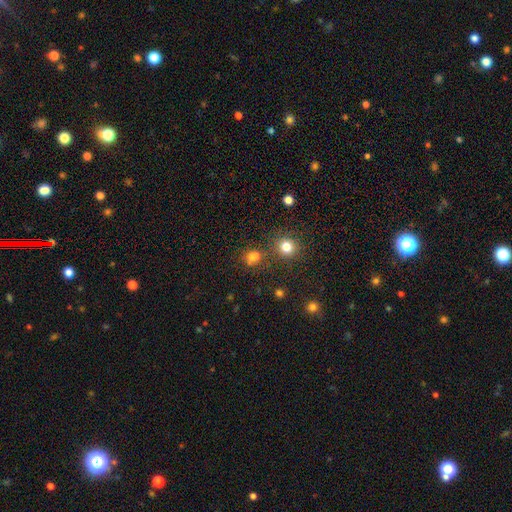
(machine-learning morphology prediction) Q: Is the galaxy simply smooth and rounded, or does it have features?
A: smooth — 68%.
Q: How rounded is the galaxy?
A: round — 68%.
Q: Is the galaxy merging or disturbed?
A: none — 64%.